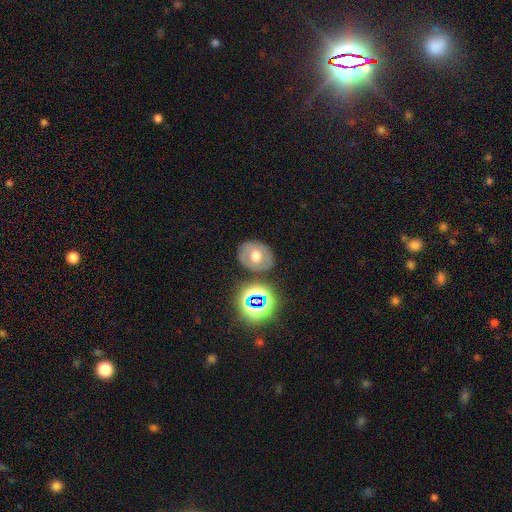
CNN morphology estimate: smooth_or_featured: smooth (p=0.46) [alt: featured or disk p=0.39]
merging: none (p=0.75) [alt: minor disturbance p=0.13]